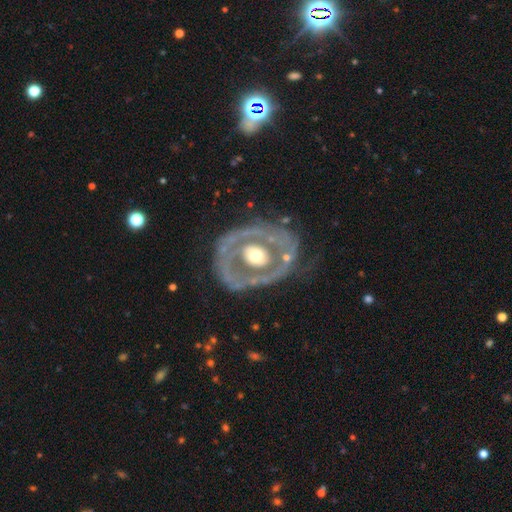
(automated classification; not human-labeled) A featured or disk galaxy (77%) with no bar (78%), no spiral arms (58%) and a moderate central bulge (68%).

Vote fractions:
- Smooth or featured? featured or disk: 77% / smooth: 18% / star or artifact: 5%
- Edge-on disk? no: 96% / yes: 4%
- Bar? no: 78% / weak: 14% / strong: 8%
- Spiral arms? no: 58% / yes: 42%
- Bulge size? moderate: 68% / large: 19% / small: 10% / dominant: 2% / none: 1%
- Merging? none: 61% / minor disturbance: 19% / major disturbance: 17% / merger: 4%